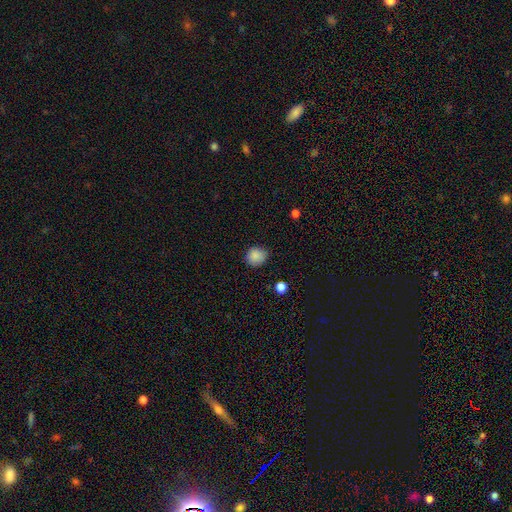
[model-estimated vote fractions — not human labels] A smooth galaxy with no disk features (87%) that is round (78%). Merging: none (77%).